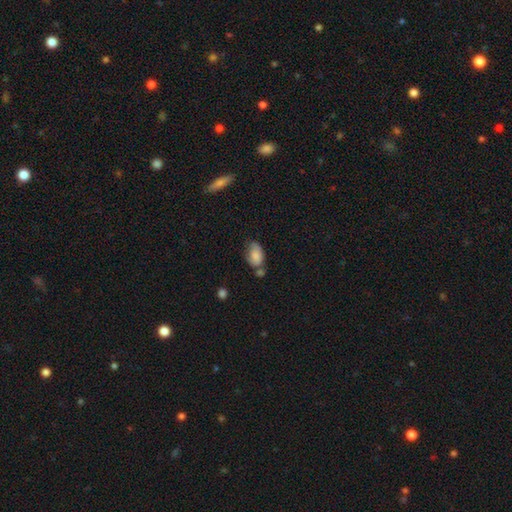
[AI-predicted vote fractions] This appears to be a smooth galaxy with no disk features (78%) that is in between round and cigar-shaped (89%). Merging: none (40%).